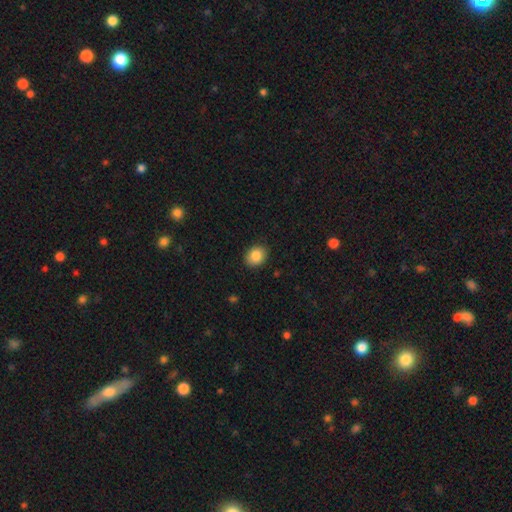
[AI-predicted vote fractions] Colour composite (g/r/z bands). It shows a smooth galaxy with no disk features (86%) that is round (56%). Merging: none (88%).